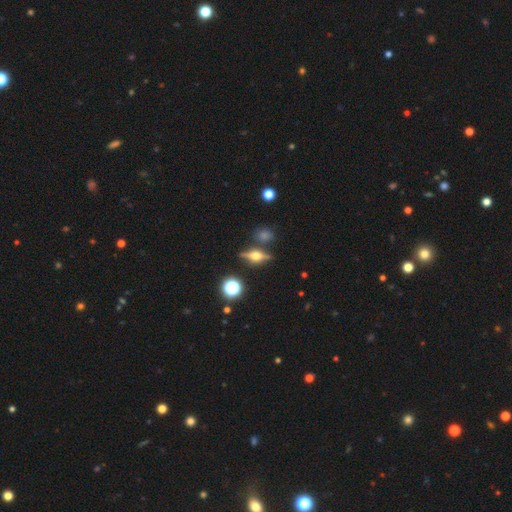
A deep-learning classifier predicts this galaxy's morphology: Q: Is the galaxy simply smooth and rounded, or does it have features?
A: featured or disk — 68%.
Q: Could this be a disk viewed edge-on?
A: yes — 93%.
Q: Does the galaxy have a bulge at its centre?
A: rounded — 95%.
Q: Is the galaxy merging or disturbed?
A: none — 80%.